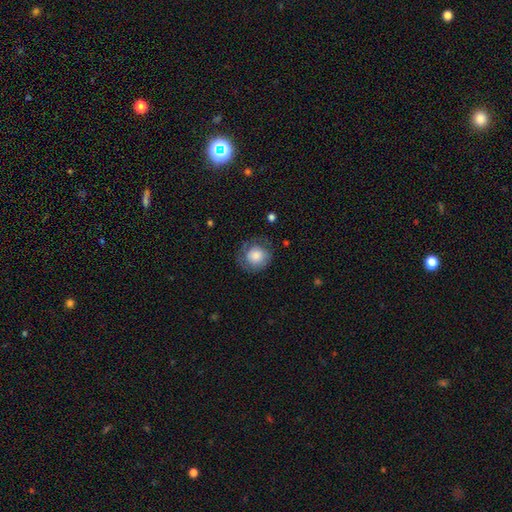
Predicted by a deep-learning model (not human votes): Smooth or featured?
  - smooth: 75% *
  - featured or disk: 17%
  - star or artifact: 8%
How rounded?
  - round: 88% *
  - in between: 11%
  - cigar-shaped: 1%
Merging?
  - none: 65% *
  - minor disturbance: 22%
  - major disturbance: 12%
  - merger: 2%